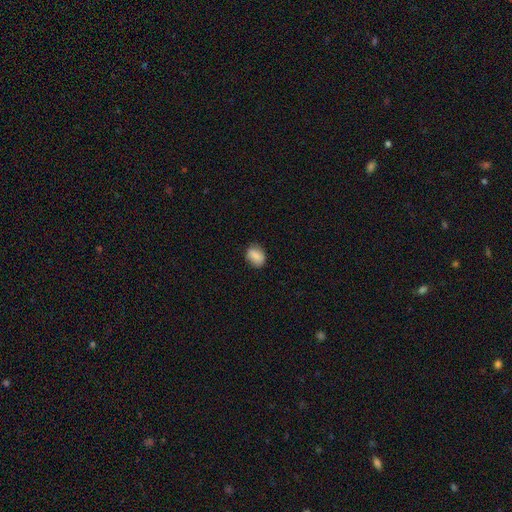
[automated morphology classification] The model was most divided on "how rounded": in between: 70%, round: 28%, cigar-shaped: 2%. More confident: smooth or featured — smooth (84%); merging — none (78%).